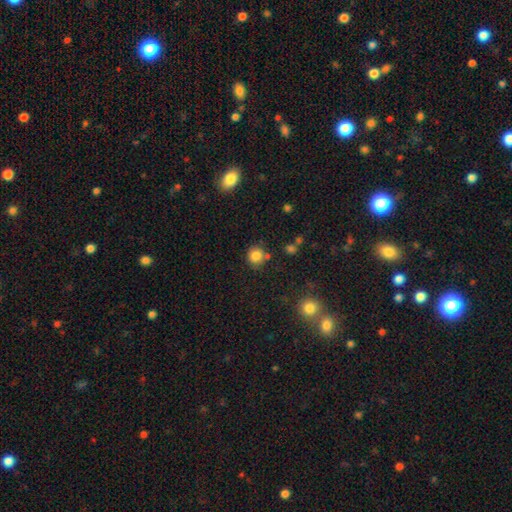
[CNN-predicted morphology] smooth-or-featured: smooth: 83% | star or artifact: 12% | featured or disk: 5%
  how-rounded: round: 88% | in between: 11% | cigar-shaped: 1%
  merging: none: 75% | minor disturbance: 13% | merger: 9% | major disturbance: 4%